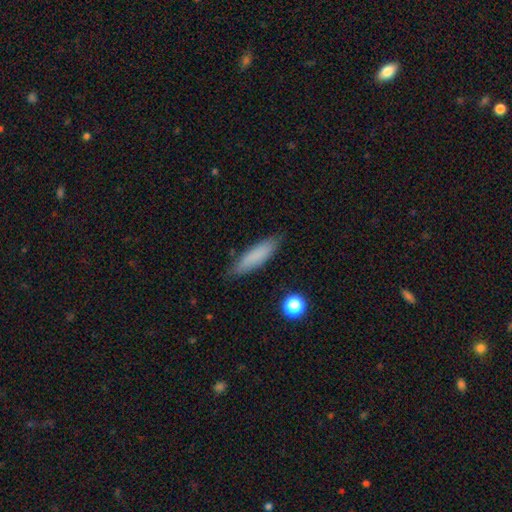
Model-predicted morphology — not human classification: A smooth galaxy with no disk features (81%) that is cigar-shaped (71%).

Vote fractions:
- Smooth or featured? smooth: 81% / featured or disk: 12% / star or artifact: 7%
- How rounded? cigar-shaped: 71% / in between: 28% / round: 2%
- Merging? none: 84% / minor disturbance: 12% / major disturbance: 2% / merger: 1%